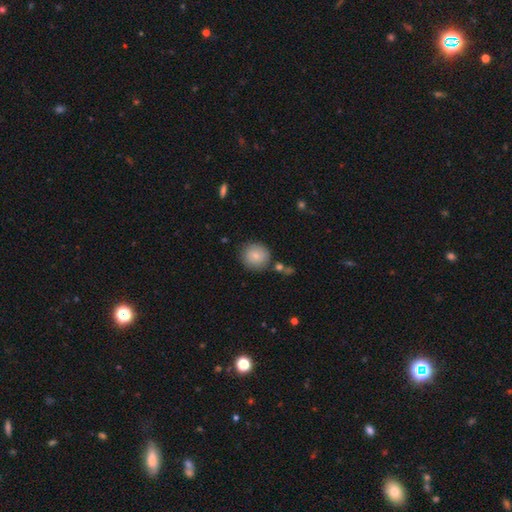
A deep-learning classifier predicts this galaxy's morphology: Q: Smooth or featured?
A: smooth (82%); runner-up: featured or disk (10%)
Q: How rounded?
A: round (91%); runner-up: in between (8%)
Q: Merging?
A: none (80%); runner-up: minor disturbance (12%)